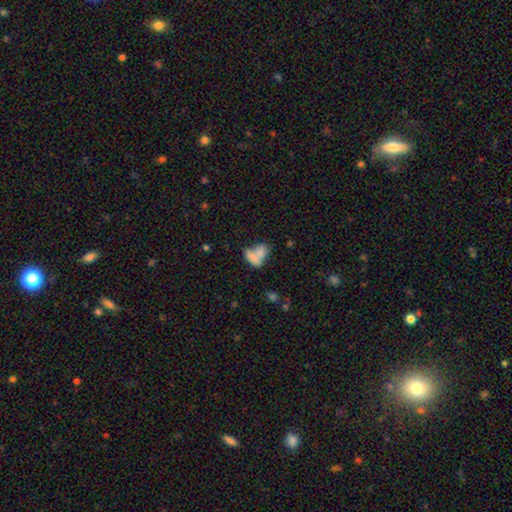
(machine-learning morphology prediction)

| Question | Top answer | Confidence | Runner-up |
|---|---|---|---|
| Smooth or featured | smooth | 75% | featured or disk (17%) |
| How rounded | in between | 83% | round (13%) |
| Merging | merger | 67% | none (19%) |